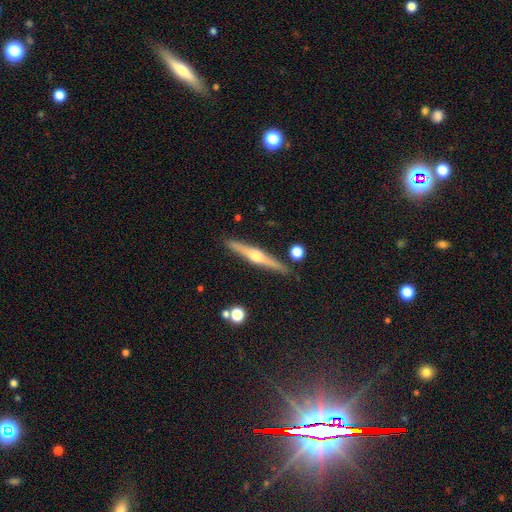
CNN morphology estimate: Smooth or featured?
  - featured or disk: 76% *
  - smooth: 18%
  - star or artifact: 6%
Edge-on disk?
  - yes: 98% *
  - no: 2%
Edge-on bulge?
  - rounded: 93% *
  - boxy: 4%
  - none: 4%
Merging?
  - none: 90% *
  - minor disturbance: 6%
  - merger: 2%
  - major disturbance: 1%